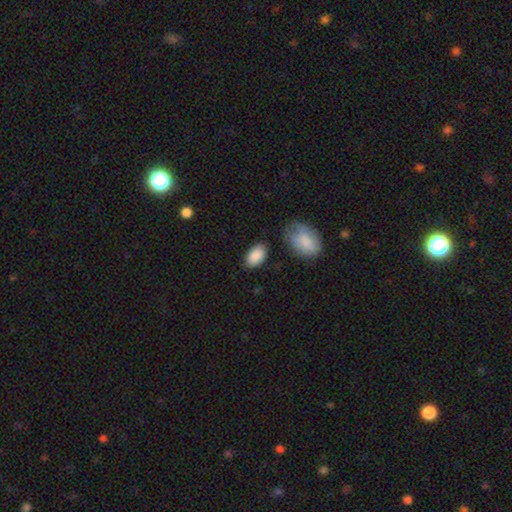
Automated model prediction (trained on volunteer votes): A smooth galaxy with no disk features (89%) that is in between round and cigar-shaped (93%).

Vote fractions:
- Smooth or featured? smooth: 89% / star or artifact: 6% / featured or disk: 5%
- How rounded? in between: 93% / round: 5% / cigar-shaped: 1%
- Merging? none: 77% / minor disturbance: 15% / merger: 4% / major disturbance: 4%